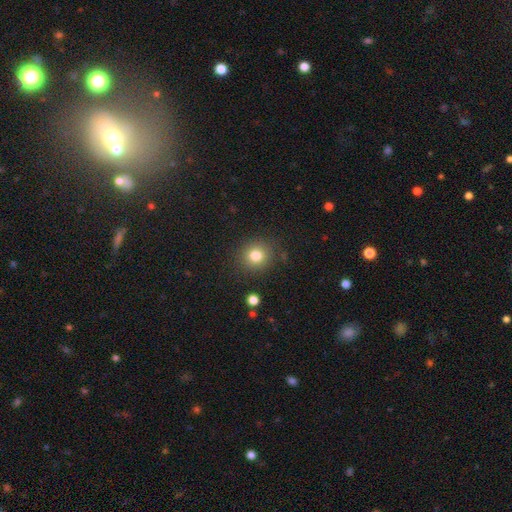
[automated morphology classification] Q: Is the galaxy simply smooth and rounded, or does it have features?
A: smooth — 80%.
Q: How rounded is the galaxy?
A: round — 86%.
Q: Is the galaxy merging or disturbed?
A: none — 87%.